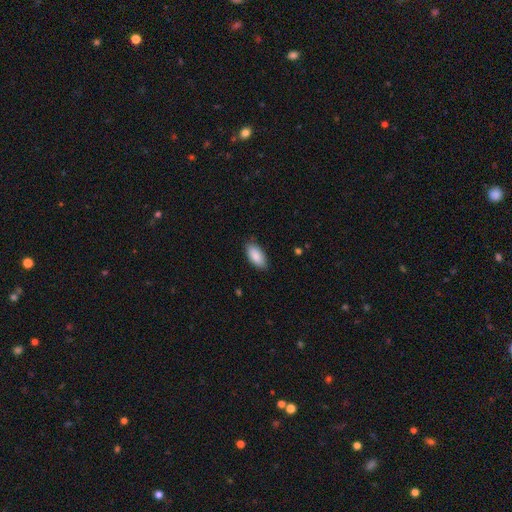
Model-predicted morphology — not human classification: Smooth or featured? Predicted: smooth (p=0.89). How rounded? Predicted: in between (p=0.91). Merging? Predicted: none (p=0.85).